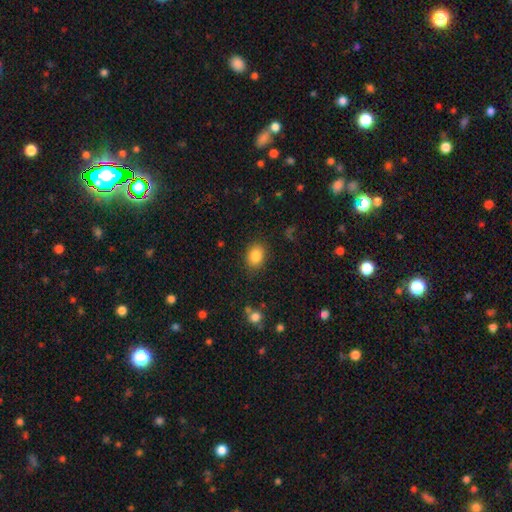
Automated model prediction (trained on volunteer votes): A smooth galaxy with no disk features (85%) that is in between round and cigar-shaped (60%).

Vote fractions:
- Smooth or featured? smooth: 85% / star or artifact: 9% / featured or disk: 6%
- How rounded? in between: 60% / round: 39% / cigar-shaped: 1%
- Merging? none: 84% / minor disturbance: 11% / major disturbance: 3% / merger: 1%